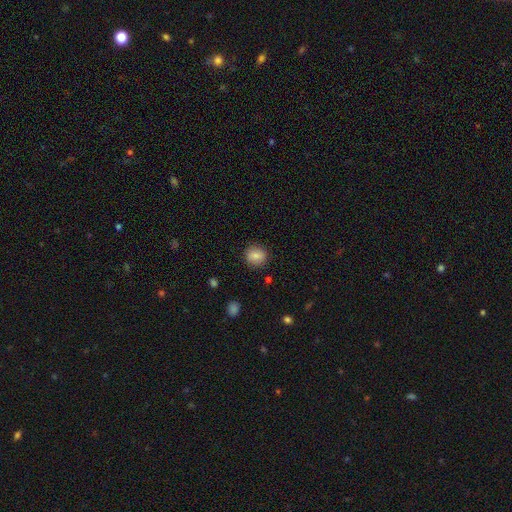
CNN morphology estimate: A smooth galaxy with no disk features (83%) that is round (80%). Merging: none (87%).